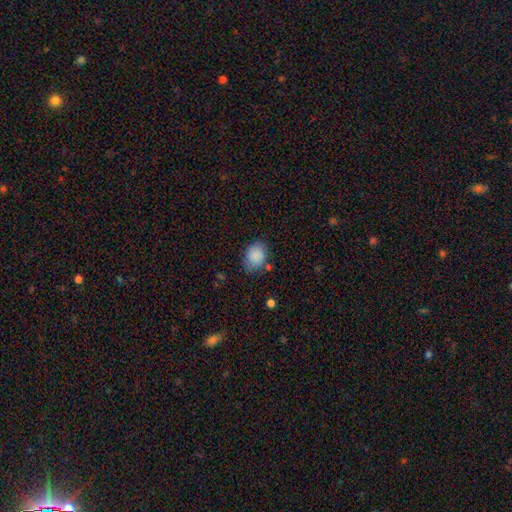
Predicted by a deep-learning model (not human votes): Smooth or featured?
  - smooth: 87% *
  - star or artifact: 8%
  - featured or disk: 5%
How rounded?
  - round: 50% *
  - in between: 49%
  - cigar-shaped: 1%
Merging?
  - none: 71% *
  - minor disturbance: 20%
  - major disturbance: 5%
  - merger: 4%